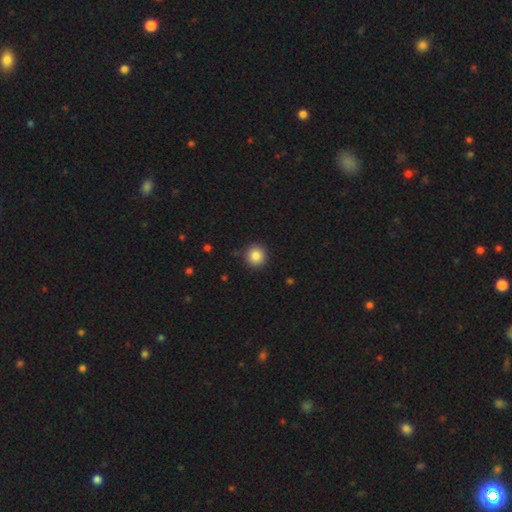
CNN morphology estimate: The model was most divided on "smooth or featured": smooth: 86%, star or artifact: 10%, featured or disk: 5%. More confident: how rounded — round (93%); merging — none (89%).